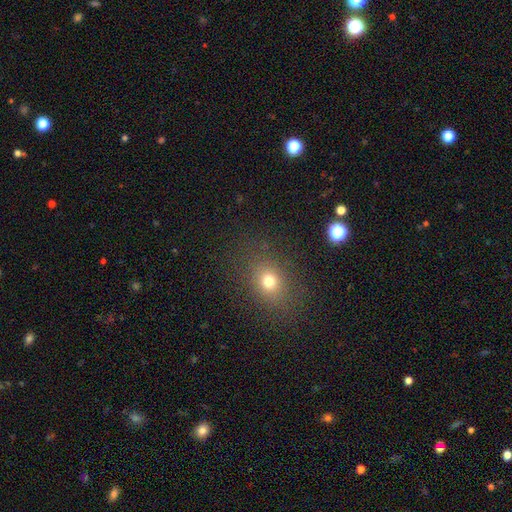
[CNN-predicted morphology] A smooth galaxy with no disk features (62%) that is in between round and cigar-shaped (55%). Merging: none (88%).